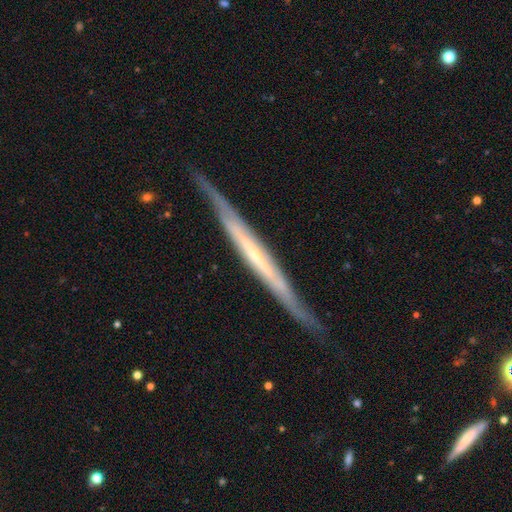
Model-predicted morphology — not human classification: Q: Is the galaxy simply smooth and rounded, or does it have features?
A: featured or disk — 77%.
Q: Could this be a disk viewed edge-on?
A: yes — 92%.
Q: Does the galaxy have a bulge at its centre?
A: none — 72%.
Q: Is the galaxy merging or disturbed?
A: none — 81%.